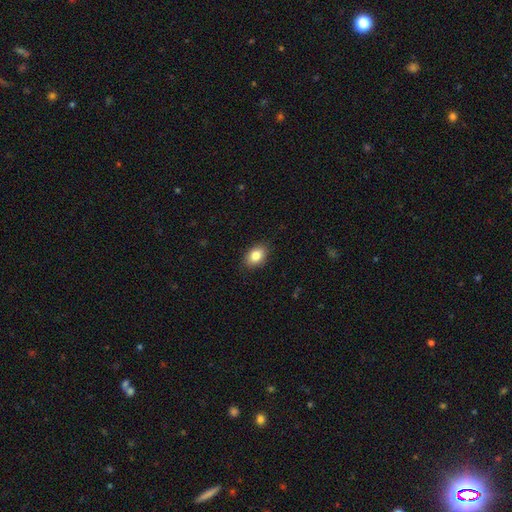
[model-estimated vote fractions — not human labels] This is clearly a smooth galaxy (84%). How rounded: clearly in between (81%). Merging: clearly none (88%).